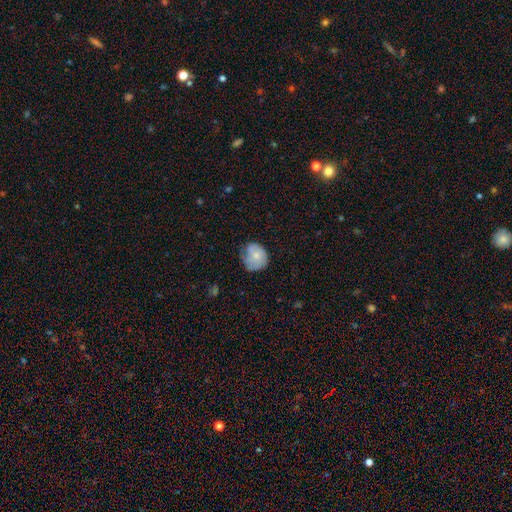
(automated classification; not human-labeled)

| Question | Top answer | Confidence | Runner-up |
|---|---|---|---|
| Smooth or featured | smooth | 57% | featured or disk (36%) |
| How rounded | round | 69% | in between (30%) |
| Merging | none | 56% | minor disturbance (31%) |